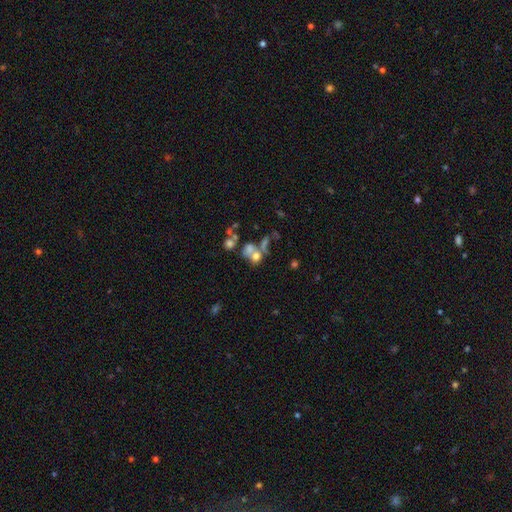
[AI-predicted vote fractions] This is possibly a smooth galaxy (58%). How rounded: likely round (62%). Merging: possibly merger (53%).